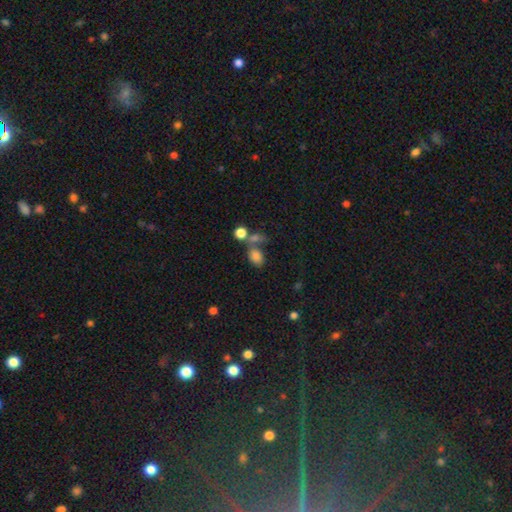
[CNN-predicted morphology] This appears to be a smooth galaxy with no disk features (80%) that is in between round and cigar-shaped (76%). Merging: none (42%).